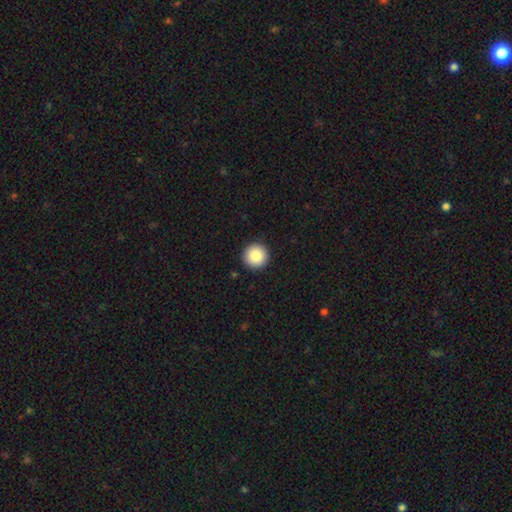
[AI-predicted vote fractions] A smooth galaxy with no disk features (87%) that is round (96%).

Vote fractions:
- Smooth or featured? smooth: 87% / star or artifact: 8% / featured or disk: 4%
- How rounded? round: 96% / in between: 3% / cigar-shaped: 1%
- Merging? none: 93% / minor disturbance: 5% / major disturbance: 1% / merger: 1%